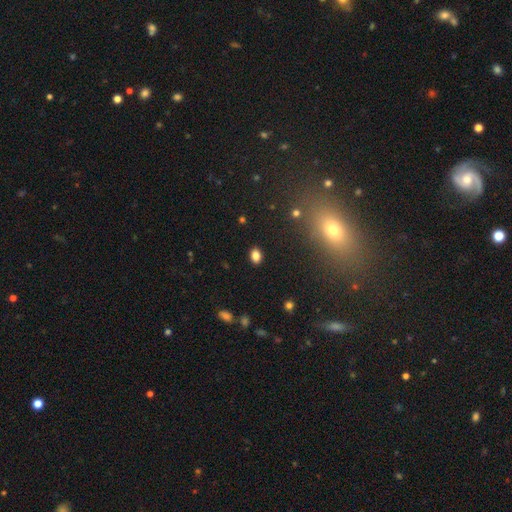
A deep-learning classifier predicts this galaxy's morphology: A smooth galaxy with no disk features (82%) that is in between round and cigar-shaped (76%).

Vote fractions:
- Smooth or featured? smooth: 82% / star or artifact: 13% / featured or disk: 6%
- How rounded? in between: 76% / round: 22% / cigar-shaped: 2%
- Merging? none: 88% / minor disturbance: 8% / major disturbance: 2% / merger: 2%